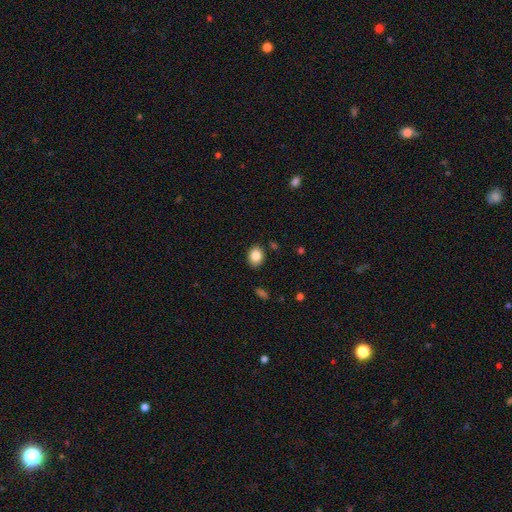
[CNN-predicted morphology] This appears to be a smooth galaxy with no disk features (85%) that is in between round and cigar-shaped (58%). Merging: none (87%).